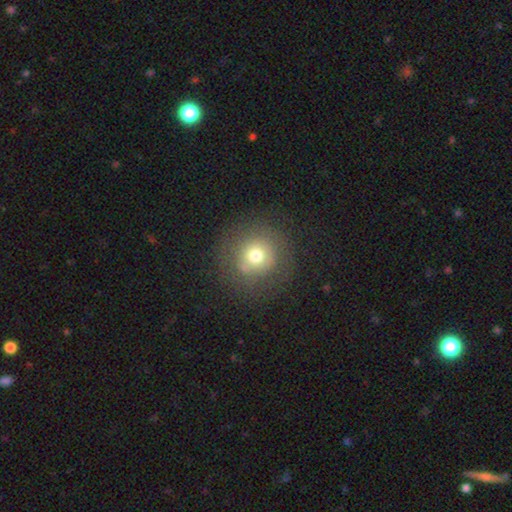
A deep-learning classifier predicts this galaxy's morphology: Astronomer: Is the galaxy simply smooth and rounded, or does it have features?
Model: smooth — 65%.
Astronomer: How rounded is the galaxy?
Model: round — 94%.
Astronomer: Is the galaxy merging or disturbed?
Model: none — 81%.